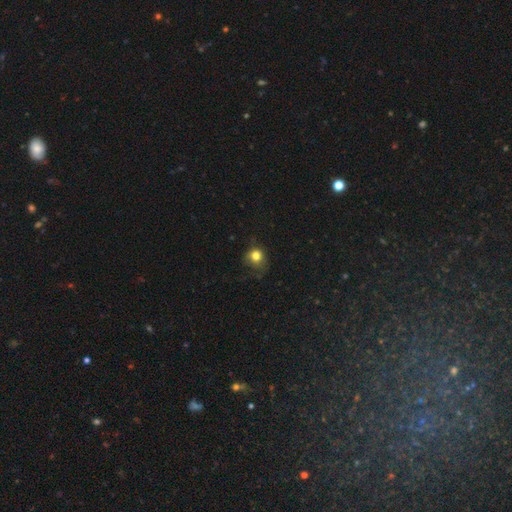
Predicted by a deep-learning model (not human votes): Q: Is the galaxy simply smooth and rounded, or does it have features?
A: smooth — 79%.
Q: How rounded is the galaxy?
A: round — 80%.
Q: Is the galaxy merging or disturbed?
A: none — 59%.